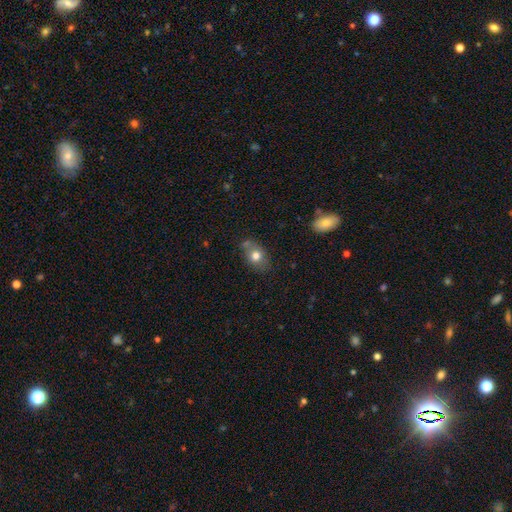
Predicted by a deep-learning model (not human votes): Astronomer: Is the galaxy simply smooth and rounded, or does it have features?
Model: smooth — 76%.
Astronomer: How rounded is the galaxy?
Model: in between — 66%.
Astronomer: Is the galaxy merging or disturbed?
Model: none — 61%.